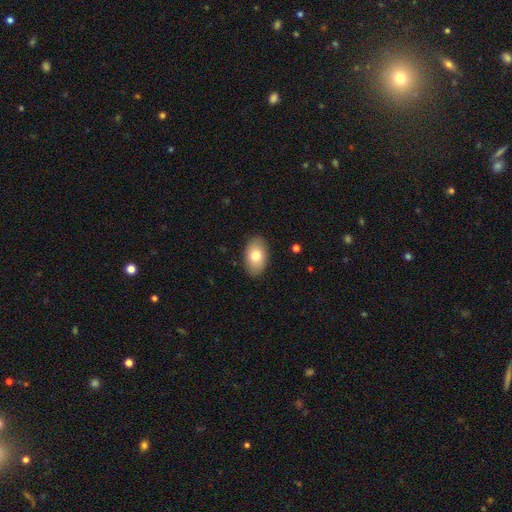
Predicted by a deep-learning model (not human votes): Smooth or featured?
  - smooth: 77% *
  - featured or disk: 16%
  - star or artifact: 7%
How rounded?
  - in between: 92% *
  - round: 7%
  - cigar-shaped: 1%
Merging?
  - none: 88% *
  - minor disturbance: 9%
  - major disturbance: 2%
  - merger: 1%